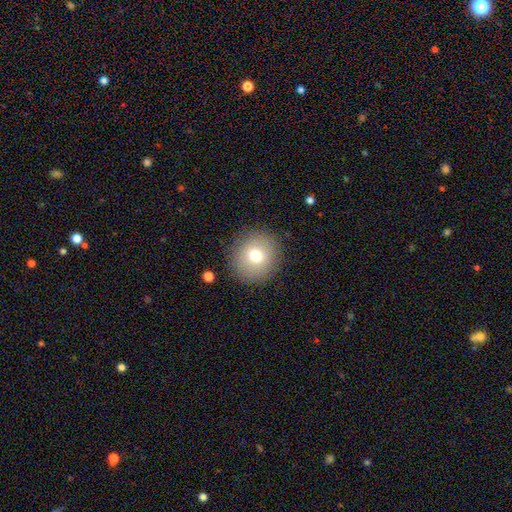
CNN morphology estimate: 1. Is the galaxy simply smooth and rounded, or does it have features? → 74% smooth, 15% featured or disk, 11% star or artifact.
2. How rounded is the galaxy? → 88% round, 11% in between, 1% cigar-shaped.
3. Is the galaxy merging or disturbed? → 88% none, 8% minor disturbance, 3% major disturbance, 1% merger.